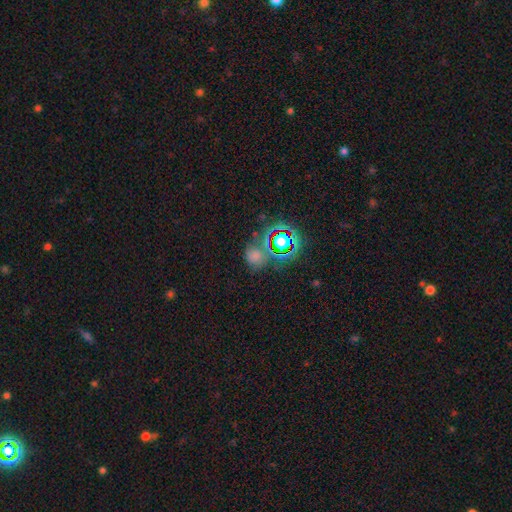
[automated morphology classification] Smooth or featured? smooth (55%)
How rounded? round (78%)
Merging? none (61%)